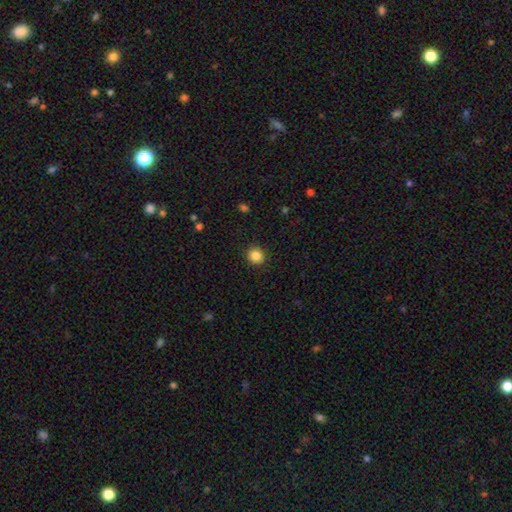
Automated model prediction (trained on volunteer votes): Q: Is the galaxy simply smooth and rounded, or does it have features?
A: smooth — 86%.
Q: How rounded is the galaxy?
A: round — 88%.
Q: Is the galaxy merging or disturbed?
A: none — 90%.